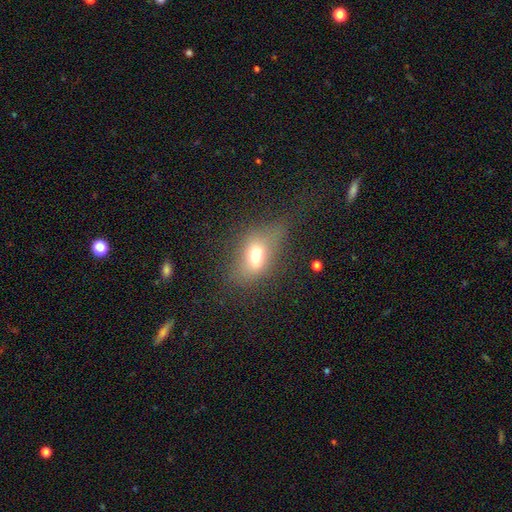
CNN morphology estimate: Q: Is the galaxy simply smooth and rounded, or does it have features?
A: smooth — 65%.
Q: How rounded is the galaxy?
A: in between — 76%.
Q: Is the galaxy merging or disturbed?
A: none — 52%.